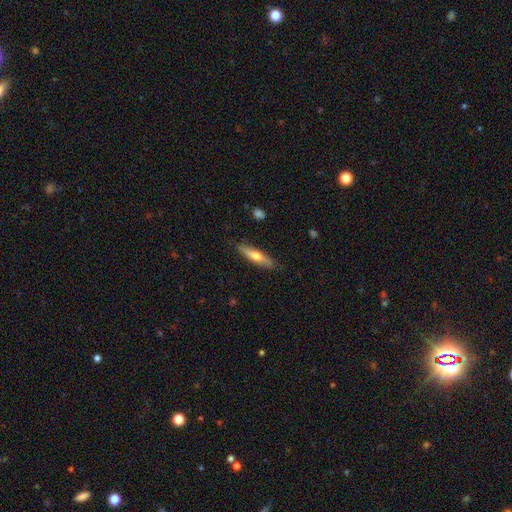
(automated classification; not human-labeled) Smooth or featured: smooth — 55% (featured or disk — 39%)
How rounded: cigar-shaped — 76% (in between — 22%)
Merging: none — 83% (minor disturbance — 14%)